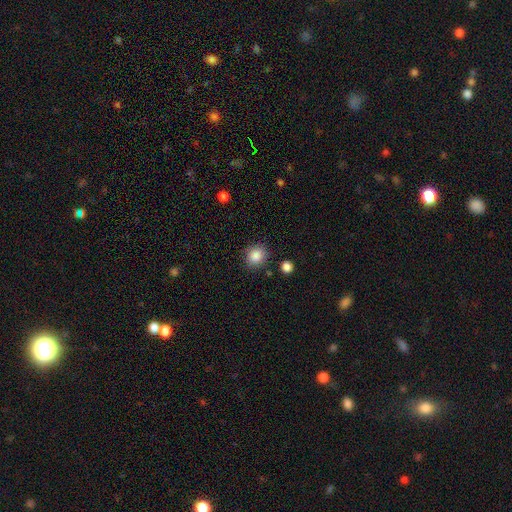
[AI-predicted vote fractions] smooth-or-featured: smooth: 87% | star or artifact: 9% | featured or disk: 4%
  how-rounded: round: 79% | in between: 21% | cigar-shaped: 1%
  merging: none: 84% | minor disturbance: 11% | major disturbance: 3% | merger: 3%